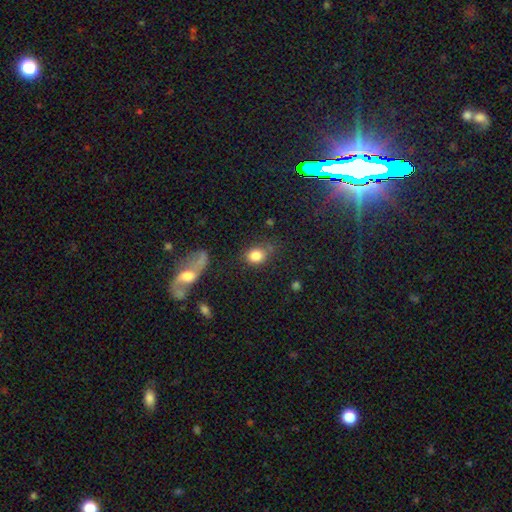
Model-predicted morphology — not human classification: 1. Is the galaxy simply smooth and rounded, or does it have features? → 83% smooth, 10% star or artifact, 7% featured or disk.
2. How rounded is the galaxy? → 55% round, 43% in between, 2% cigar-shaped.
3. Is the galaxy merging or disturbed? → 66% none, 19% minor disturbance, 8% merger, 8% major disturbance.